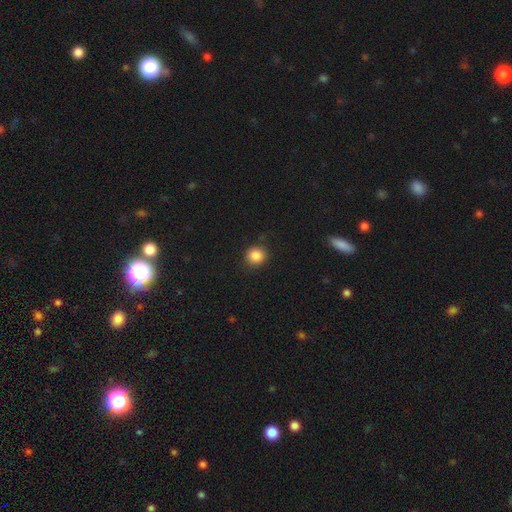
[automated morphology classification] A smooth galaxy with no disk features (86%) that is round (89%).

Vote fractions:
- Smooth or featured? smooth: 86% / star or artifact: 10% / featured or disk: 4%
- How rounded? round: 89% / in between: 10% / cigar-shaped: 1%
- Merging? none: 85% / minor disturbance: 10% / major disturbance: 3% / merger: 1%